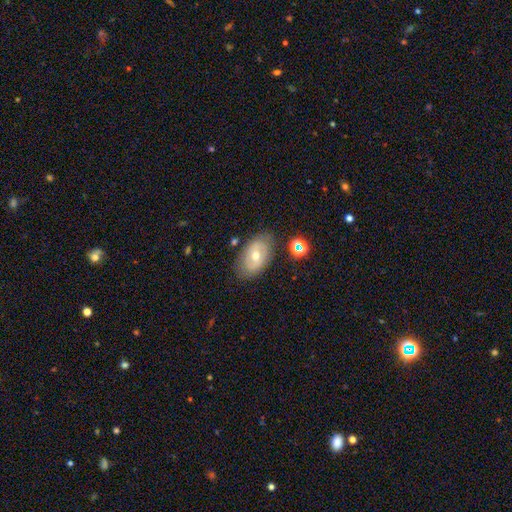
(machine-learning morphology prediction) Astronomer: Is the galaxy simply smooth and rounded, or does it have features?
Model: featured or disk — 48% (runner-up: smooth, 42%).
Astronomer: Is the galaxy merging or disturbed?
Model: none — 76%.